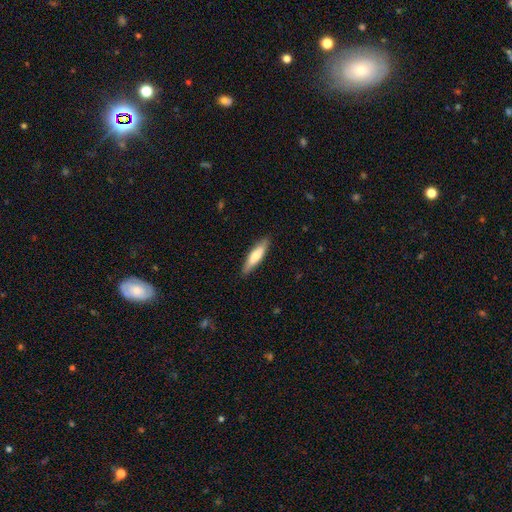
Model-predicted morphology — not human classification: Q: Smooth or featured?
A: smooth (67%); runner-up: featured or disk (28%)
Q: How rounded?
A: cigar-shaped (74%); runner-up: in between (25%)
Q: Merging?
A: none (88%); runner-up: minor disturbance (9%)